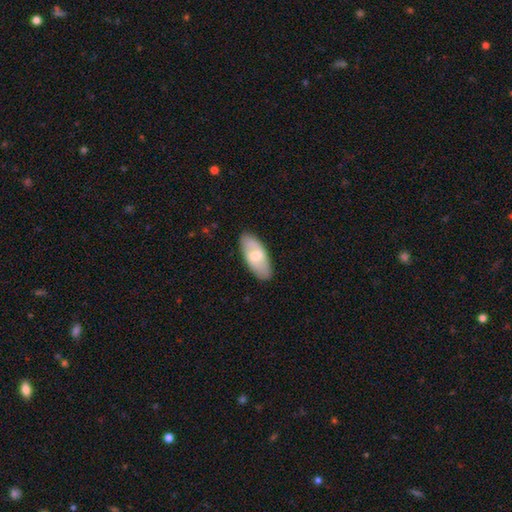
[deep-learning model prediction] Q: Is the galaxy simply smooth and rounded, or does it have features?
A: smooth — 61%.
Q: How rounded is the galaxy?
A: in between — 89%.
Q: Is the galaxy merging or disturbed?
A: none — 86%.